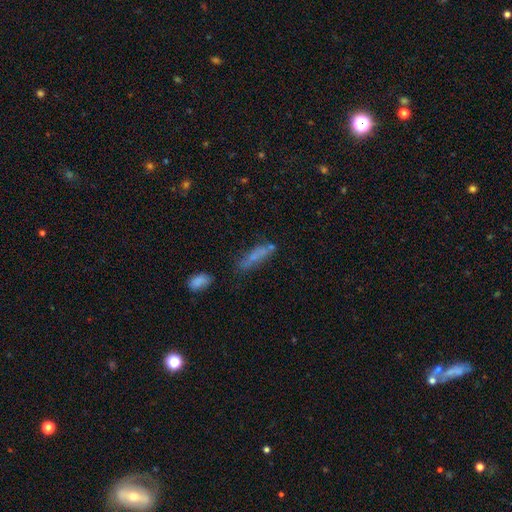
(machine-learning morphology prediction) This appears to be a smooth galaxy with no disk features (65%) that is cigar-shaped (66%). Merging: none (55%).